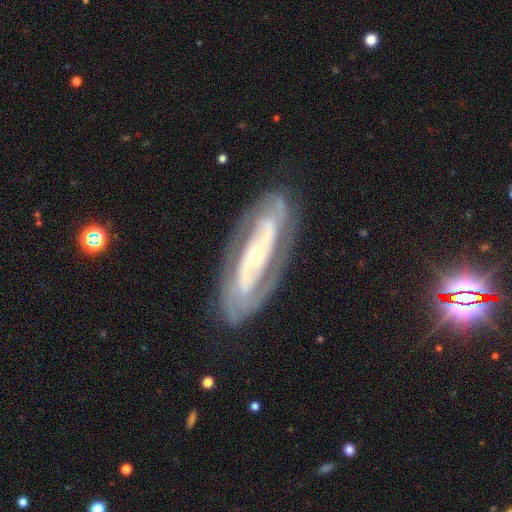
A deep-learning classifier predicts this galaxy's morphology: featured or disk 86%, smooth 9%, star or artifact 5%. Down the decision tree: edge-on disk — no (89%); bar — no (47%); spiral arms — yes (89%); spiral arm count — 2 (63%); spiral winding — tight (60%); bulge size — small (64%); merging — none (80%).